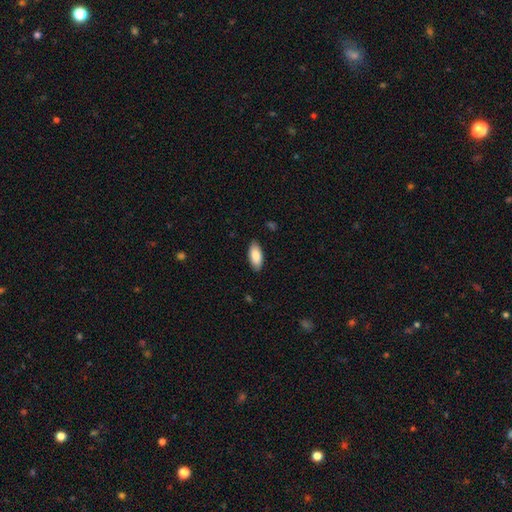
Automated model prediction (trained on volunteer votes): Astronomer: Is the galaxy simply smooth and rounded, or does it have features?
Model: smooth — 87%.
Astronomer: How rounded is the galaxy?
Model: in between — 89%.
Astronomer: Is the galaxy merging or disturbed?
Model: none — 87%.